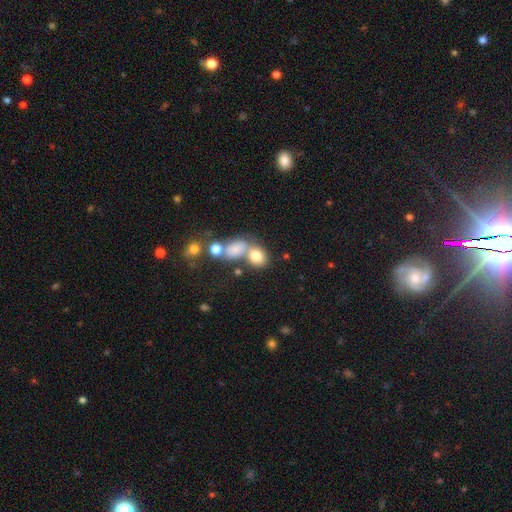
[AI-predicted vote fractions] A smooth galaxy with no disk features (77%) that is in between round and cigar-shaped (52%).

Vote fractions:
- Smooth or featured? smooth: 77% / star or artifact: 12% / featured or disk: 12%
- How rounded? in between: 52% / round: 46% / cigar-shaped: 2%
- Merging? merger: 42% / none: 40% / minor disturbance: 11% / major disturbance: 6%